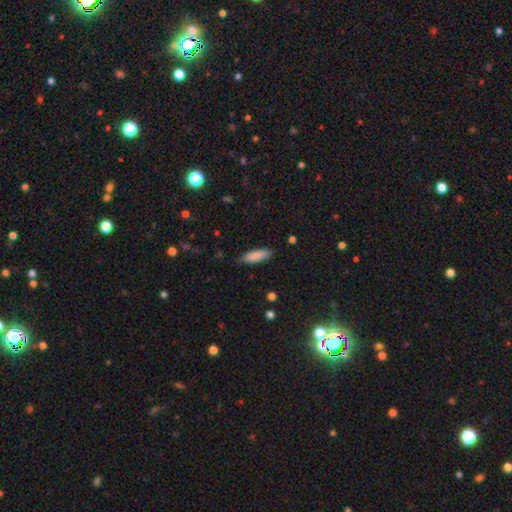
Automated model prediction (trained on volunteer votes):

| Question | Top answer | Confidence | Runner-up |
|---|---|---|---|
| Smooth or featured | smooth | 86% | featured or disk (8%) |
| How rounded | in between | 60% | cigar-shaped (39%) |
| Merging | none | 80% | minor disturbance (16%) |